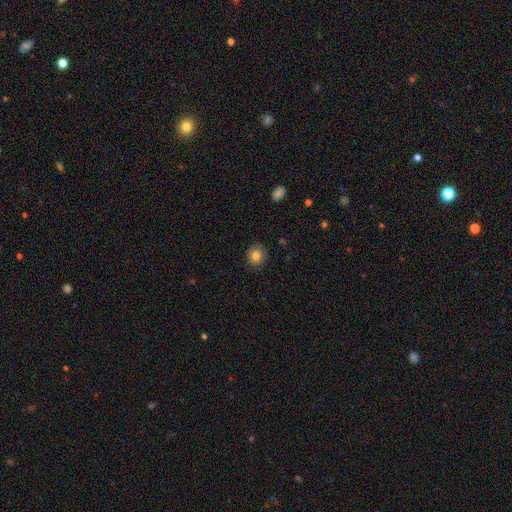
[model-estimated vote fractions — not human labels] Morphology: type=smooth (80%); roundness=round (82%); merging=none (85%).